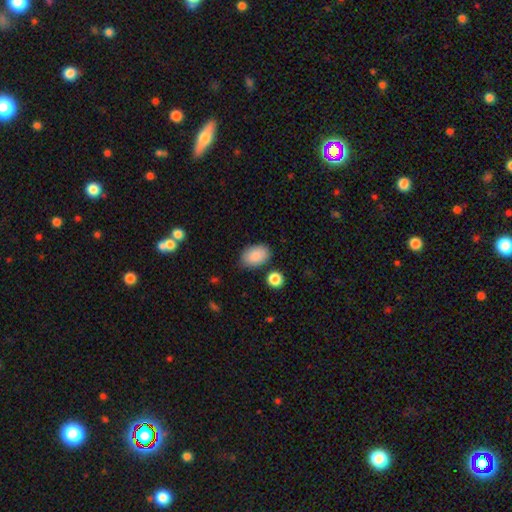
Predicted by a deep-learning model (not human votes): Smooth or featured? smooth (87%)
How rounded? in between (90%)
Merging? none (80%)